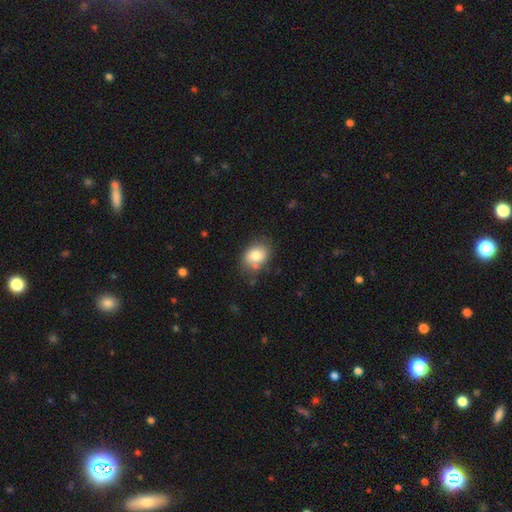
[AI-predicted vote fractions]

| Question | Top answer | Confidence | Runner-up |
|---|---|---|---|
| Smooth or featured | smooth | 79% | featured or disk (13%) |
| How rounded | in between | 63% | round (36%) |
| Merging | none | 67% | minor disturbance (21%) |